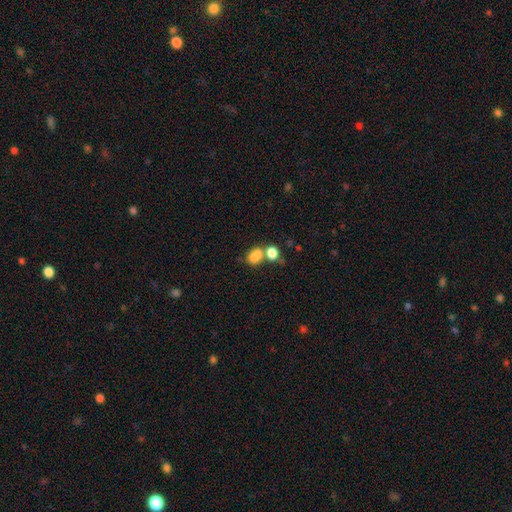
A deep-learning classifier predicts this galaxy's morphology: Overall: smooth (79%). How rounded: in between (56%; round 42%). Merging: merger (52%; none 33%).